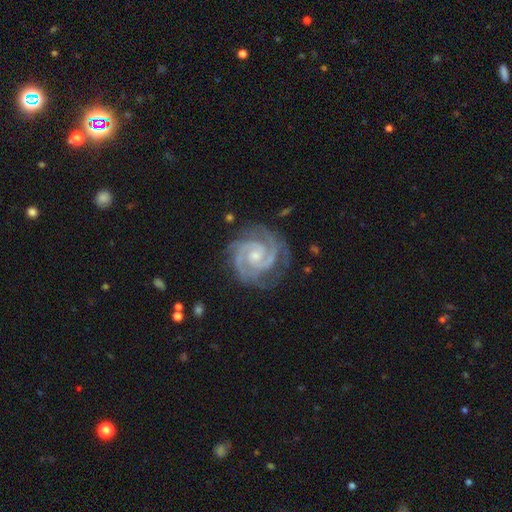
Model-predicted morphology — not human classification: A featured or disk galaxy (93%) with no bar (62%), 2 (58%) tight (69%) spiral arms (99%) and a small central bulge (61%). Merging: none (75%).